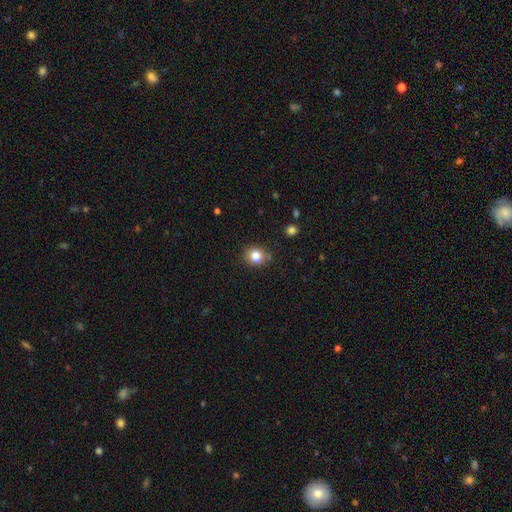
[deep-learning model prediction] smooth_or_featured: smooth (p=0.82) [alt: star or artifact p=0.12]
how_rounded: round (p=0.80) [alt: in between p=0.19]
merging: none (p=0.83) [alt: minor disturbance p=0.11]